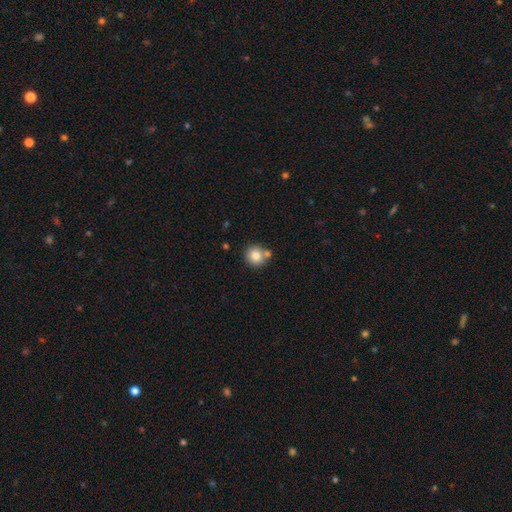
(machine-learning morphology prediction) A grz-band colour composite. It shows a smooth galaxy with no disk features (83%) that is round (92%). Merging: none (68%).